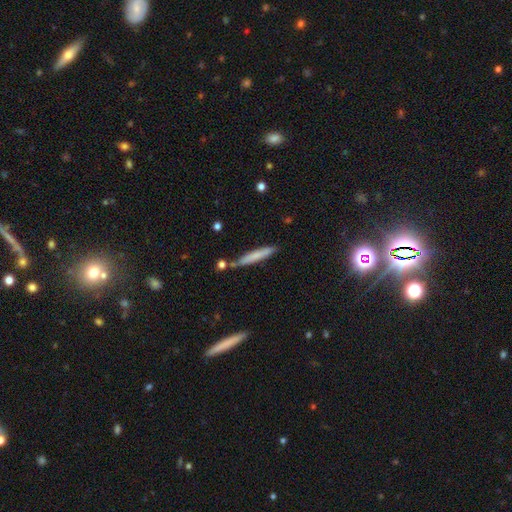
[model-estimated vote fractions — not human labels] smooth_or_featured: smooth (p=0.69) [alt: featured or disk p=0.24]
how_rounded: cigar-shaped (p=0.94) [alt: in between p=0.05]
merging: none (p=0.80) [alt: minor disturbance p=0.12]